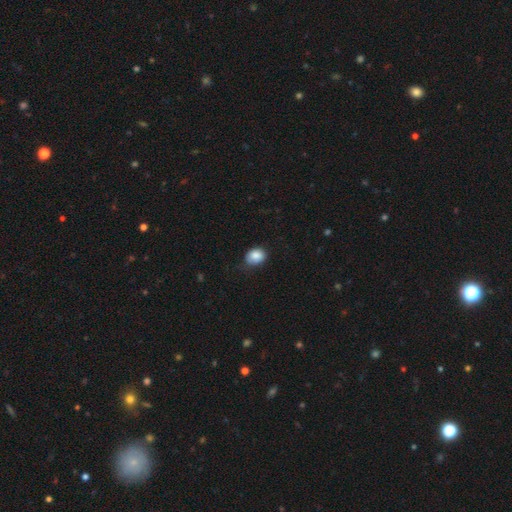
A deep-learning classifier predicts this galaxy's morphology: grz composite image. It shows a smooth galaxy with no disk features (85%) that is in between round and cigar-shaped (55%). Merging: none (63%).